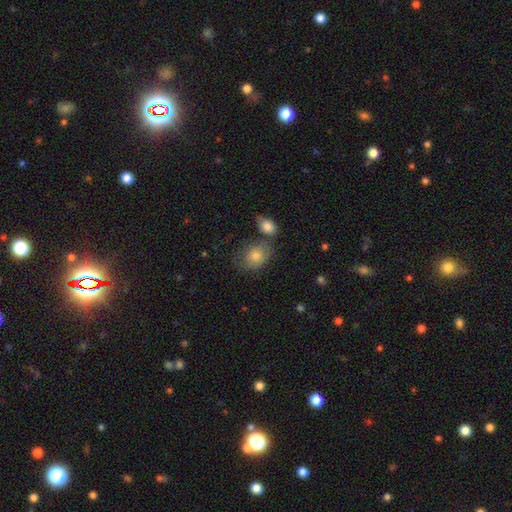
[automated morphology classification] The model was most divided on "how rounded": in between: 61%, round: 38%, cigar-shaped: 1%. More confident: smooth or featured — smooth (80%); merging — none (55%).